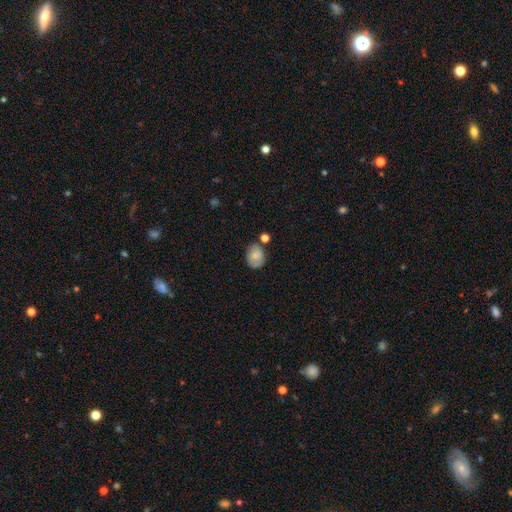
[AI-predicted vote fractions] Smooth or featured?
  - smooth: 77% *
  - featured or disk: 15%
  - star or artifact: 8%
How rounded?
  - in between: 63% *
  - round: 36%
  - cigar-shaped: 1%
Merging?
  - none: 64% *
  - minor disturbance: 20%
  - merger: 11%
  - major disturbance: 5%